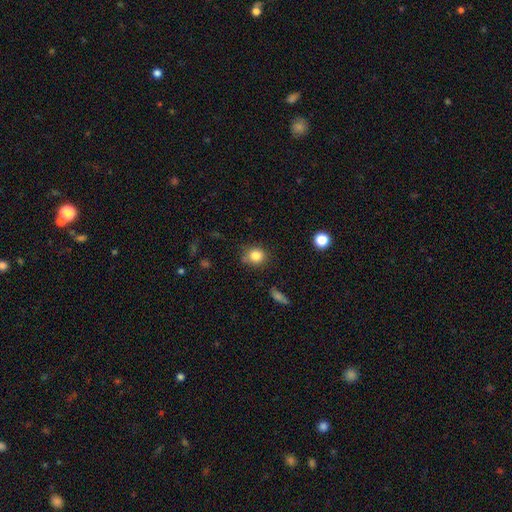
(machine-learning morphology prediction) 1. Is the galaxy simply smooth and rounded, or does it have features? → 83% smooth, 11% star or artifact, 6% featured or disk.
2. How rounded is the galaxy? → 78% round, 21% in between, 1% cigar-shaped.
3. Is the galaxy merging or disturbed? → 73% none, 18% minor disturbance, 5% merger, 4% major disturbance.